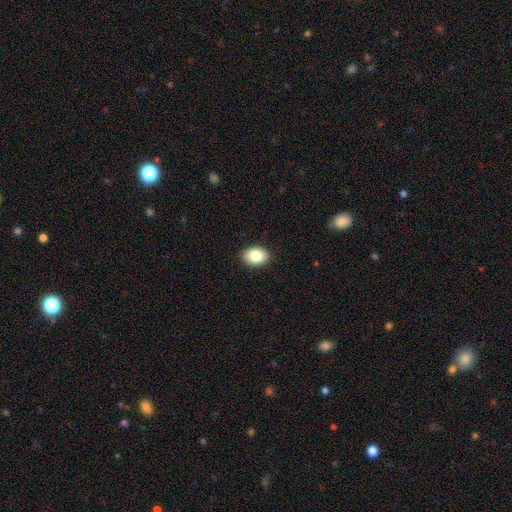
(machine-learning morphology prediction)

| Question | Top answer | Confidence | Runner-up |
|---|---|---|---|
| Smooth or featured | smooth | 84% | featured or disk (8%) |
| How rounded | in between | 69% | round (30%) |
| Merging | none | 90% | minor disturbance (7%) |